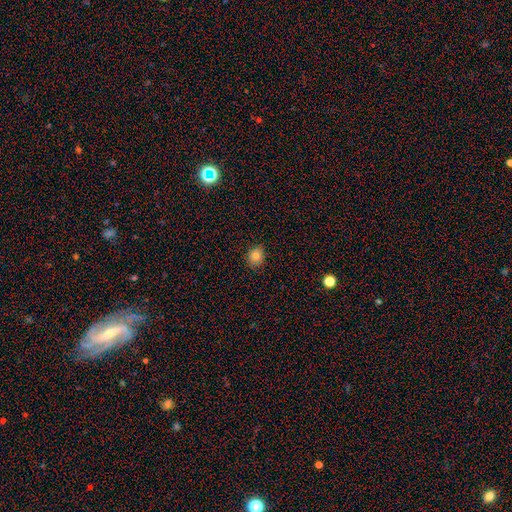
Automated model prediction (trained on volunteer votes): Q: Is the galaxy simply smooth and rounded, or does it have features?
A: smooth — 81%.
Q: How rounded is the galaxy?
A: round — 78%.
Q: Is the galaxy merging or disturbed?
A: none — 89%.